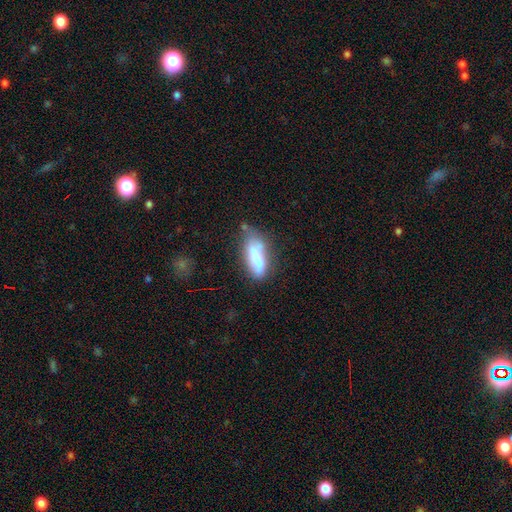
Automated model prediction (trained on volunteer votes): This is likely a smooth galaxy (64%). How rounded: possibly in between (52%). Merging: marginally none (41%).